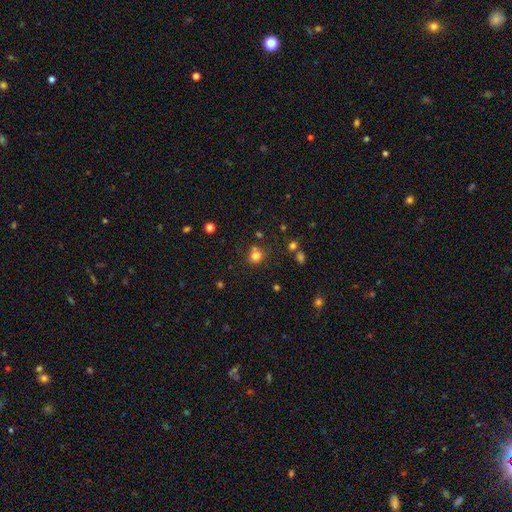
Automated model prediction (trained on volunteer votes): Smooth or featured: smooth — 77% (star or artifact — 16%)
How rounded: round — 78% (in between — 21%)
Merging: none — 66% (merger — 16%)